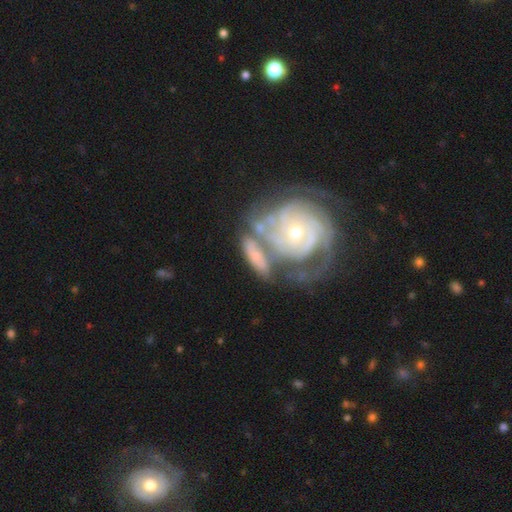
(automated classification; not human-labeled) This is likely a featured or disk galaxy (64%). It is clearly not viewed edge-on (91%). Bar: likely no (73%). Spiral arm pattern: likely yes (79%). Central bulge: possibly small (52%). Merging: marginally merger (37%).